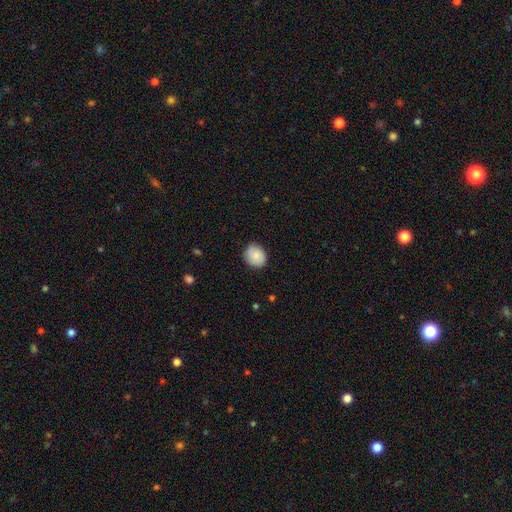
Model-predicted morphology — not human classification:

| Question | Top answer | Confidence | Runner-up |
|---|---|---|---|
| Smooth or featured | smooth | 85% | featured or disk (8%) |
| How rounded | round | 69% | in between (30%) |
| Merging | none | 84% | minor disturbance (12%) |